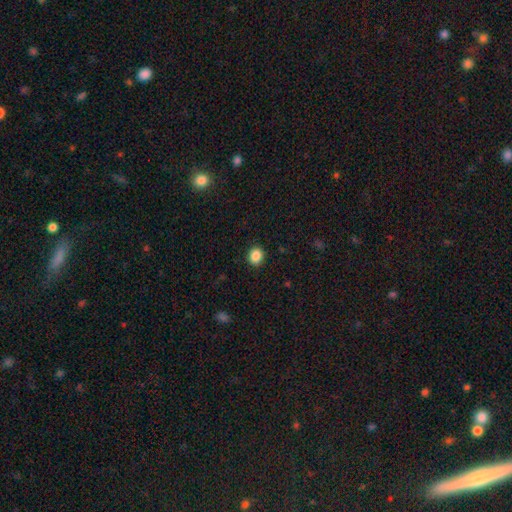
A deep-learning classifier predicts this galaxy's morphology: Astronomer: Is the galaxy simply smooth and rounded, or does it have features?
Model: smooth — 87%.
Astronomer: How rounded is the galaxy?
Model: round — 68%.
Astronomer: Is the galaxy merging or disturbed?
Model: none — 91%.